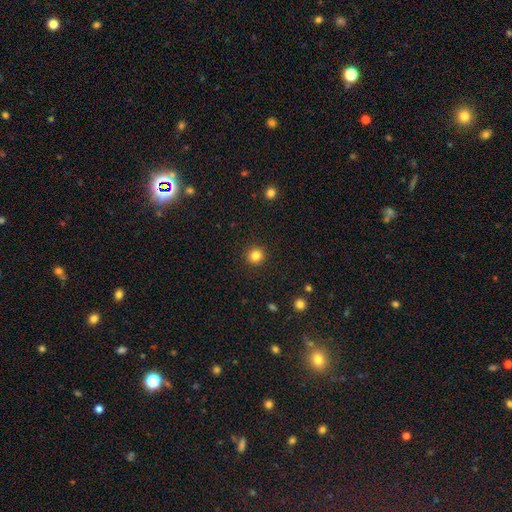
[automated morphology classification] Smooth or featured: smooth — 83% (star or artifact — 12%)
How rounded: round — 94% (in between — 5%)
Merging: none — 92% (minor disturbance — 5%)